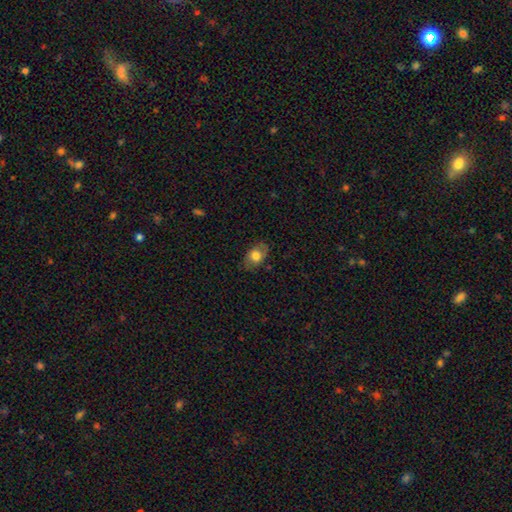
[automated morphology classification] The model was most divided on "smooth or featured": smooth: 69%, featured or disk: 23%, star or artifact: 8%. More confident: how rounded — in between (79%); merging — none (78%).